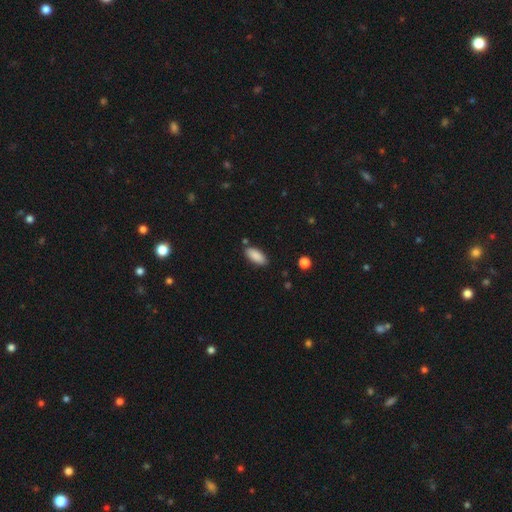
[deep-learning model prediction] Overall: smooth (89%). How rounded: in between (85%). Merging: none (83%).